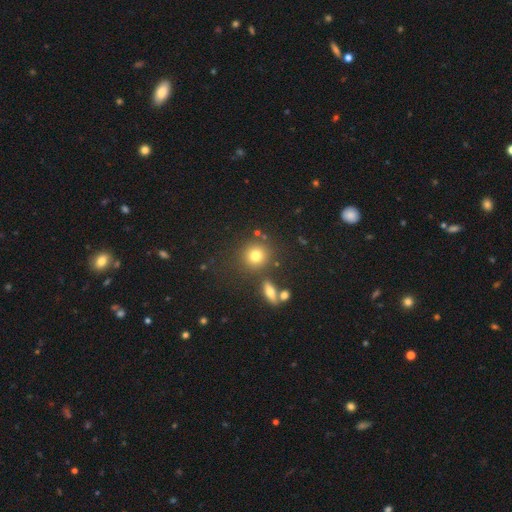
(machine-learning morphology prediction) Smooth or featured?
  - smooth: 76% *
  - star or artifact: 14%
  - featured or disk: 10%
How rounded?
  - round: 88% *
  - in between: 11%
  - cigar-shaped: 1%
Merging?
  - none: 78% *
  - merger: 9%
  - minor disturbance: 9%
  - major disturbance: 4%